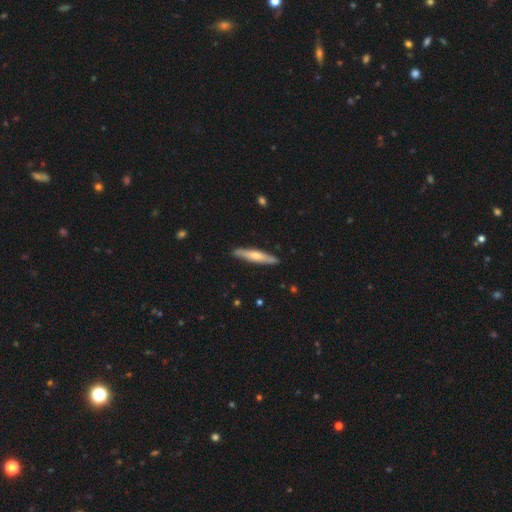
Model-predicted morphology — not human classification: smooth-or-featured: smooth: 53% | featured or disk: 42% | star or artifact: 5%
  how-rounded: cigar-shaped: 89% | in between: 9% | round: 1%
  merging: none: 88% | minor disturbance: 9% | major disturbance: 2% | merger: 1%